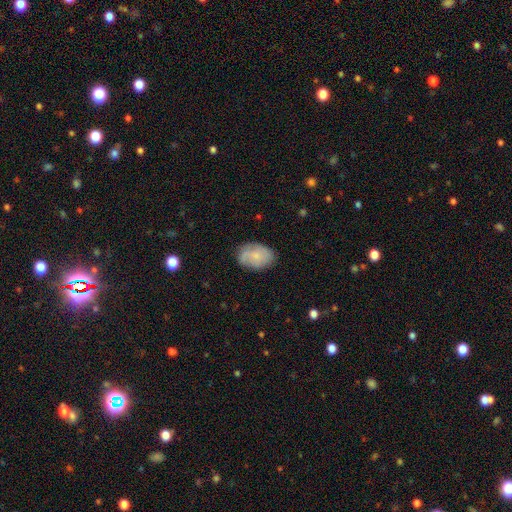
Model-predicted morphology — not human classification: This is likely a smooth galaxy (62%). How rounded: clearly in between (84%). Merging: likely none (73%).